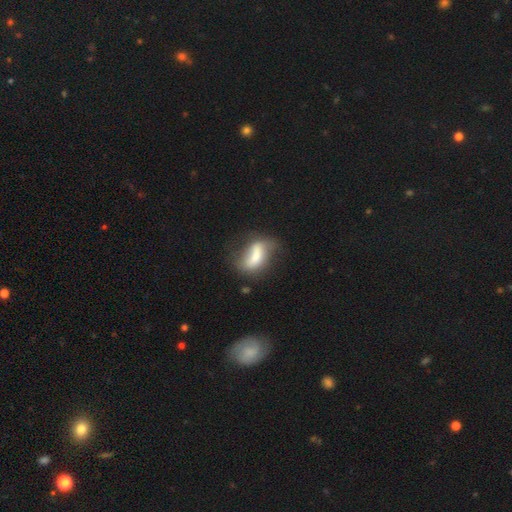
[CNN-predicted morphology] Smooth or featured?
  - smooth: 54% *
  - featured or disk: 38%
  - star or artifact: 8%
How rounded?
  - in between: 76% *
  - cigar-shaped: 17%
  - round: 7%
Merging?
  - none: 43% *
  - minor disturbance: 29%
  - major disturbance: 20%
  - merger: 7%